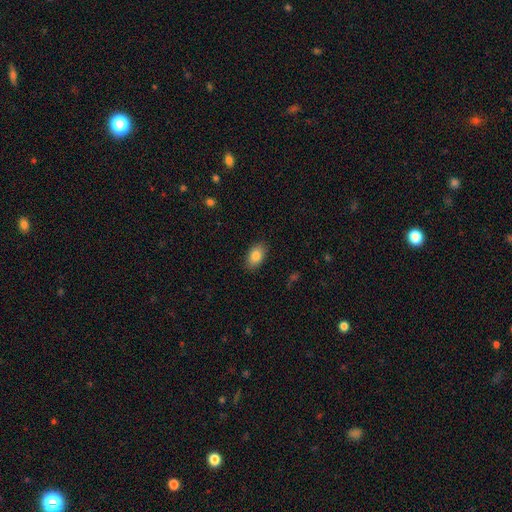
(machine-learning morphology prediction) Smooth or featured: smooth — 85% (featured or disk — 8%)
How rounded: in between — 90% (round — 8%)
Merging: none — 87% (minor disturbance — 9%)